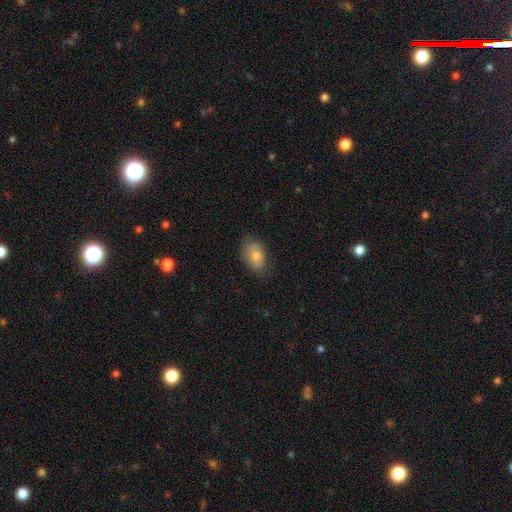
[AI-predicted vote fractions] smooth-or-featured: smooth: 68% | featured or disk: 23% | star or artifact: 9%
  how-rounded: in between: 86% | round: 12% | cigar-shaped: 2%
  merging: none: 75% | minor disturbance: 20% | major disturbance: 4% | merger: 1%